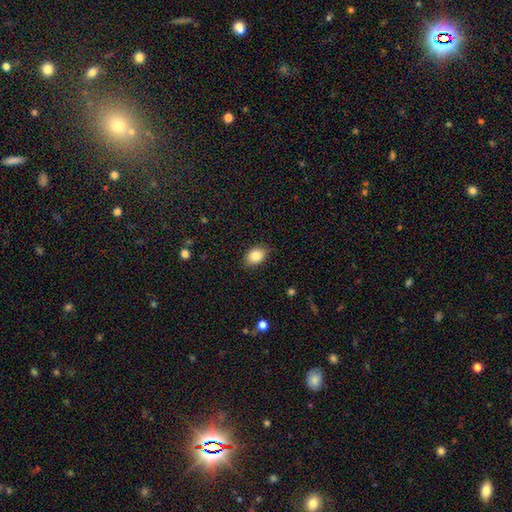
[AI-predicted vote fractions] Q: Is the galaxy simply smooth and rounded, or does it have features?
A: smooth — 84%.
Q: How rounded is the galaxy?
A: in between — 81%.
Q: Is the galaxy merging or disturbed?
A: none — 86%.